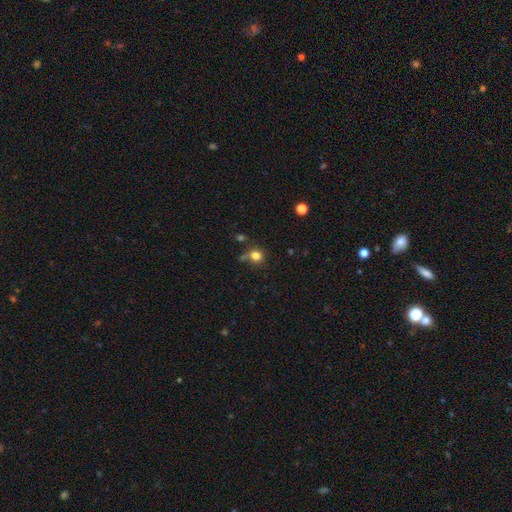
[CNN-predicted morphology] Overall: smooth (80%). How rounded: round (83%). Merging: none (62%).